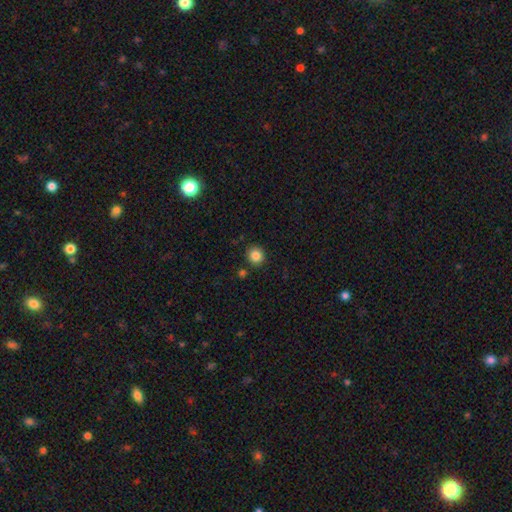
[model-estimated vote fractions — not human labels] Q: Smooth or featured?
A: smooth (85%); runner-up: star or artifact (11%)
Q: How rounded?
A: round (91%); runner-up: in between (8%)
Q: Merging?
A: none (89%); runner-up: minor disturbance (6%)